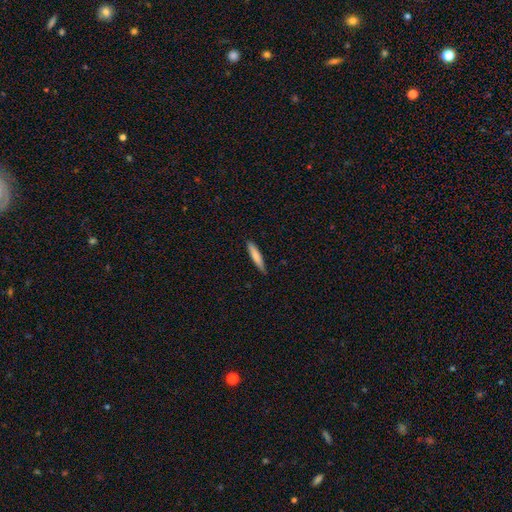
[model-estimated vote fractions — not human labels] Overall: smooth (79%). How rounded: cigar-shaped (90%). Merging: none (87%).